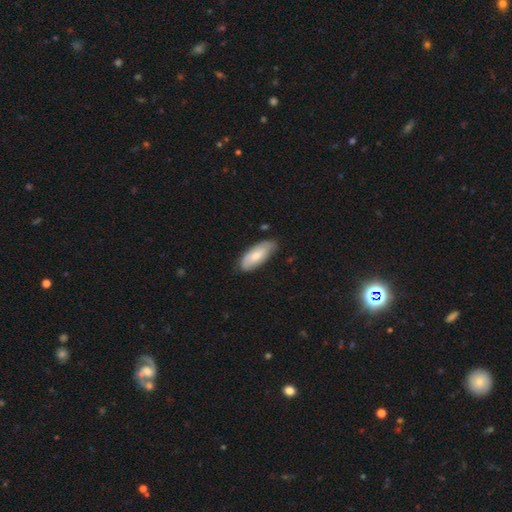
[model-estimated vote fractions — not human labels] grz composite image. It shows a smooth galaxy with no disk features (72%) that is in between round and cigar-shaped (85%). Merging: none (75%).